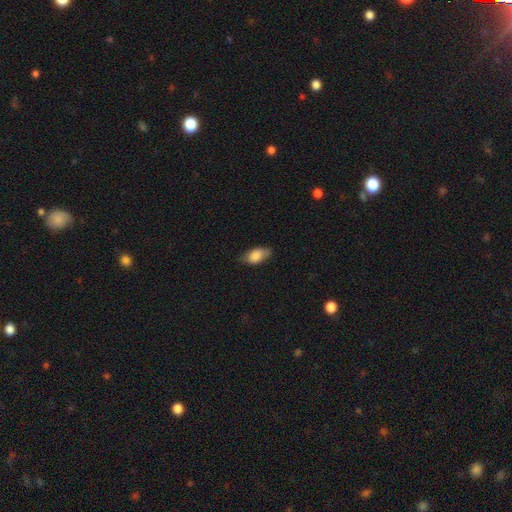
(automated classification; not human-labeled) Smooth or featured: smooth — 80% (featured or disk — 13%)
How rounded: in between — 90% (round — 5%)
Merging: none — 66% (minor disturbance — 26%)